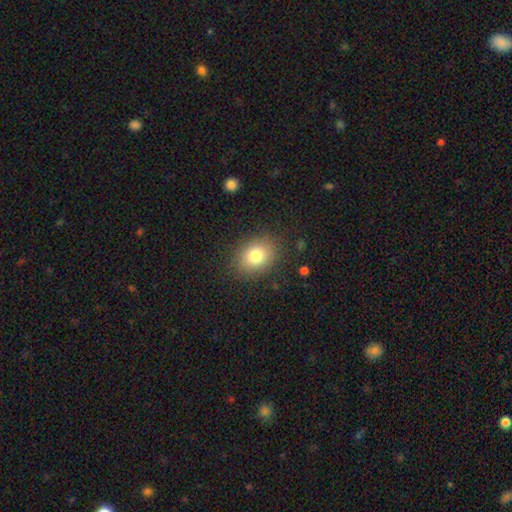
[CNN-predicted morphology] The model was most divided on "how rounded": in between: 53%, round: 46%, cigar-shaped: 1%. More confident: merging — none (86%); smooth or featured — smooth (79%).